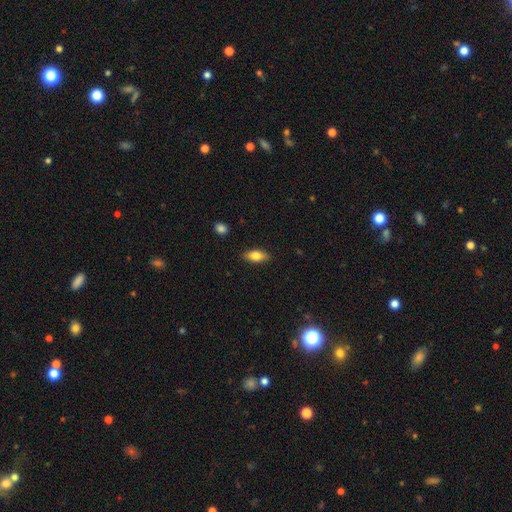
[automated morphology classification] Smooth or featured? Predicted: smooth (p=0.79). How rounded? Predicted: in between (p=0.86). Merging? Predicted: none (p=0.87).